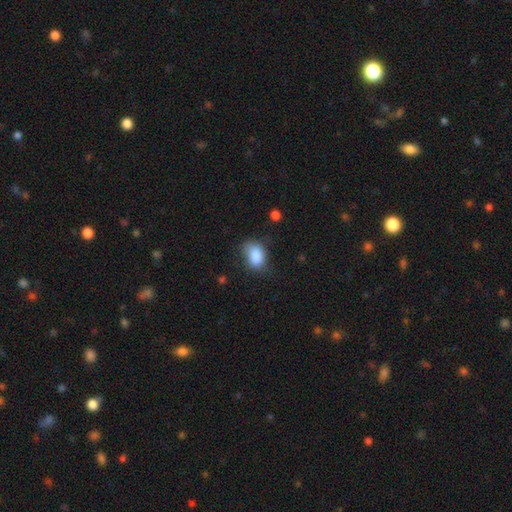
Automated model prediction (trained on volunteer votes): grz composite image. It shows a smooth galaxy with no disk features (86%) that is in between round and cigar-shaped (81%). Merging: none (57%).